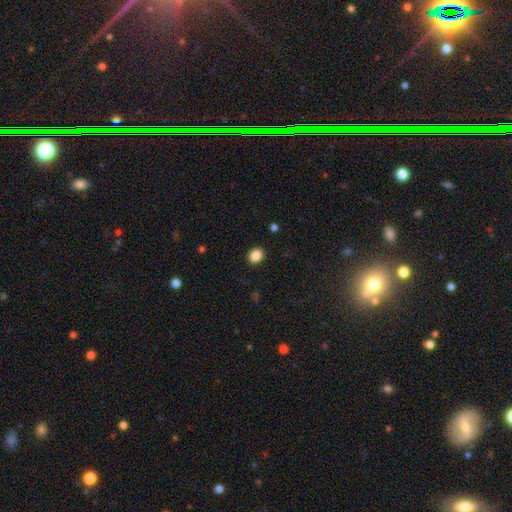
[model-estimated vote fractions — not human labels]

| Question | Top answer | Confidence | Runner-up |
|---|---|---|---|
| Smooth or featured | smooth | 87% | star or artifact (10%) |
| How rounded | in between | 52% | round (47%) |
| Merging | none | 90% | minor disturbance (7%) |